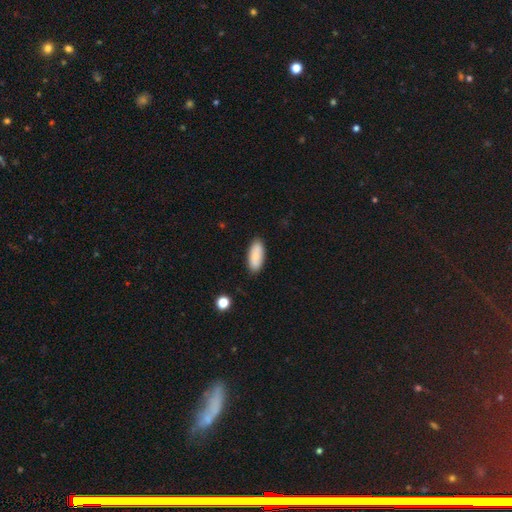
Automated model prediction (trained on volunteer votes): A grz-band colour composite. It shows a smooth galaxy with no disk features (81%) that is in between round and cigar-shaped (85%). Merging: none (86%).